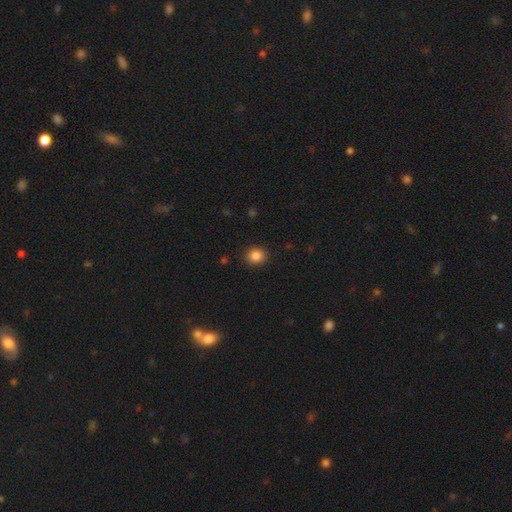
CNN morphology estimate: Smooth or featured? smooth (85%)
How rounded? round (77%)
Merging? none (91%)